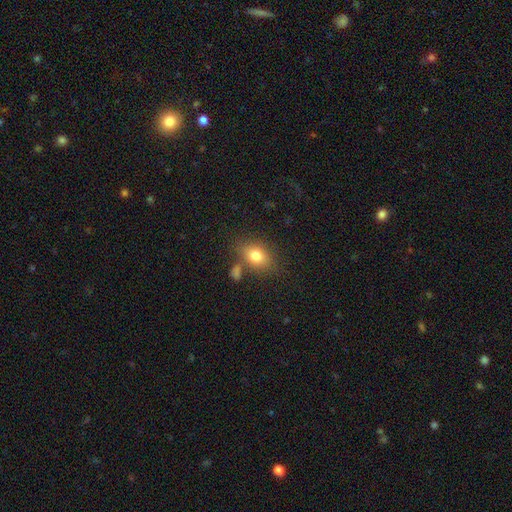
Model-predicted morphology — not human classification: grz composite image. It shows a smooth galaxy with no disk features (78%) that is in between round and cigar-shaped (72%). Merging: none (67%).